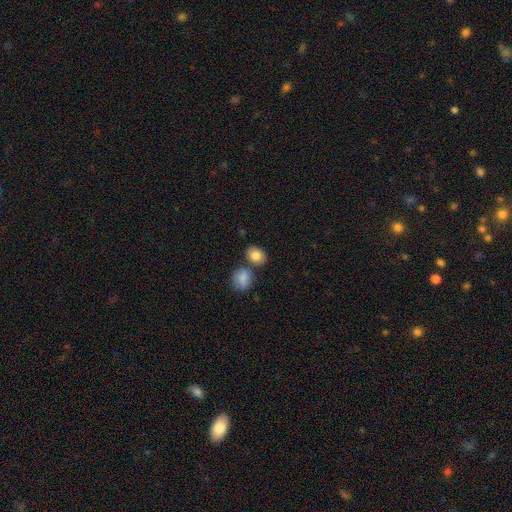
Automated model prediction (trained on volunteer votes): Smooth or featured? Predicted: smooth (p=0.83). How rounded? Predicted: in between (p=0.57). Merging? Predicted: none (p=0.64).